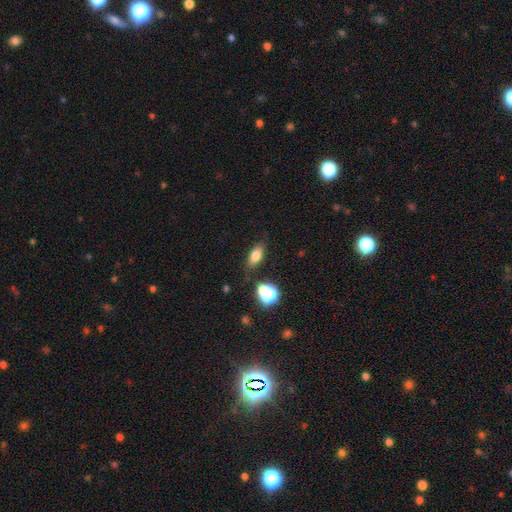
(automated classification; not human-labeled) smooth_or_featured: smooth (p=0.75) [alt: featured or disk p=0.13]
how_rounded: in between (p=0.77) [alt: cigar-shaped p=0.12]
merging: none (p=0.78) [alt: minor disturbance p=0.14]